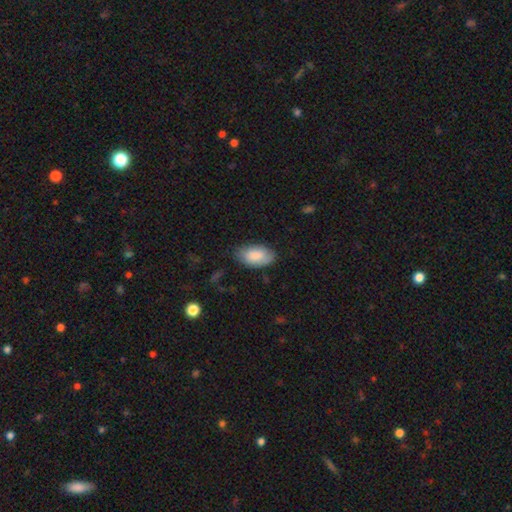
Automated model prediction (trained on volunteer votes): This is clearly a smooth galaxy (84%). How rounded: clearly in between (94%). Merging: likely none (73%).